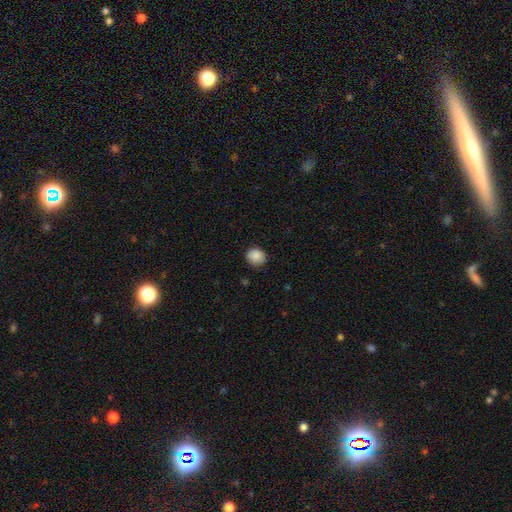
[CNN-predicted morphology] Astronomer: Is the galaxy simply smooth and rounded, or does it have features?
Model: smooth — 88%.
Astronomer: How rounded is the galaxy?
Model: round — 79%.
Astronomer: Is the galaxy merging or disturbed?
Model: none — 85%.